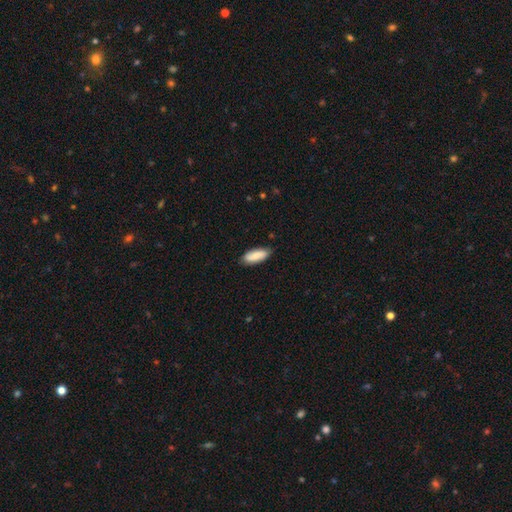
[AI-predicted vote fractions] The model was most divided on "how rounded": in between: 75%, cigar-shaped: 23%, round: 2%. More confident: merging — none (82%); smooth or featured — smooth (82%).